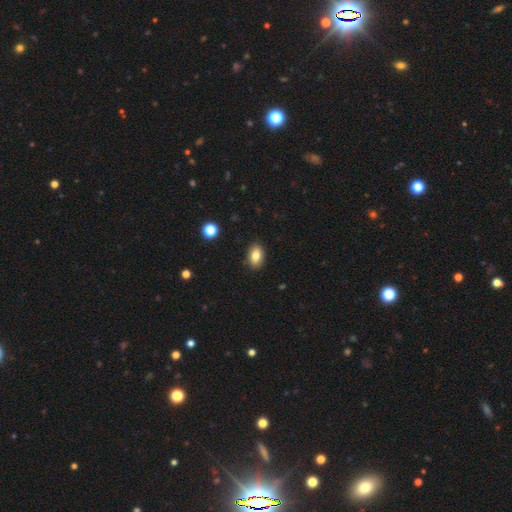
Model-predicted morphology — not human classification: smooth-or-featured: smooth: 82% | featured or disk: 9% | star or artifact: 9%
  how-rounded: in between: 87% | round: 11% | cigar-shaped: 2%
  merging: none: 89% | minor disturbance: 8% | major disturbance: 2% | merger: 1%